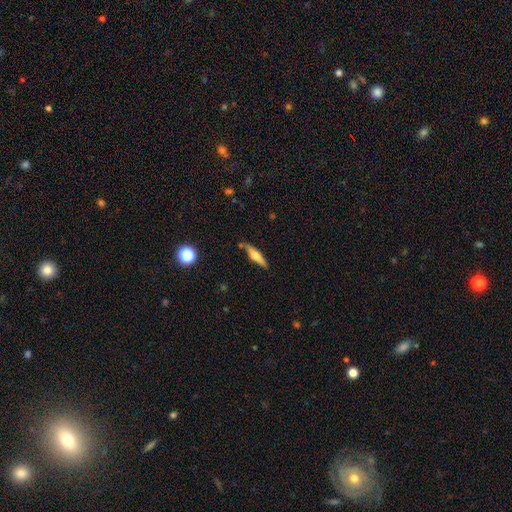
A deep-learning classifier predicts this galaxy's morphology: Smooth or featured?
  - smooth: 51% *
  - featured or disk: 42%
  - star or artifact: 7%
How rounded?
  - cigar-shaped: 74% *
  - in between: 24%
  - round: 2%
Merging?
  - none: 79% *
  - minor disturbance: 14%
  - merger: 4%
  - major disturbance: 3%